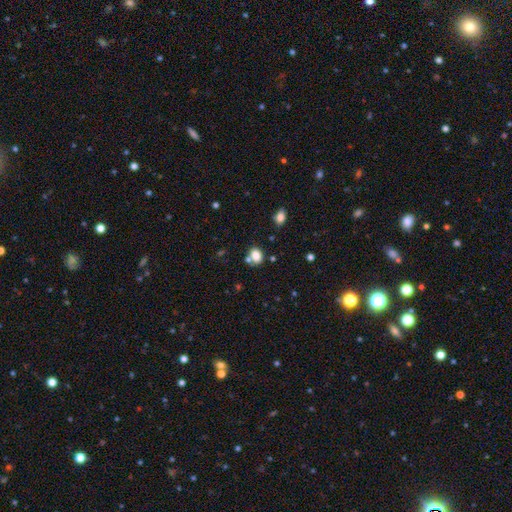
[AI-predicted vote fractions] Q: Smooth or featured?
A: smooth (81%); runner-up: star or artifact (11%)
Q: How rounded?
A: in between (60%); runner-up: round (39%)
Q: Merging?
A: none (61%); runner-up: merger (20%)